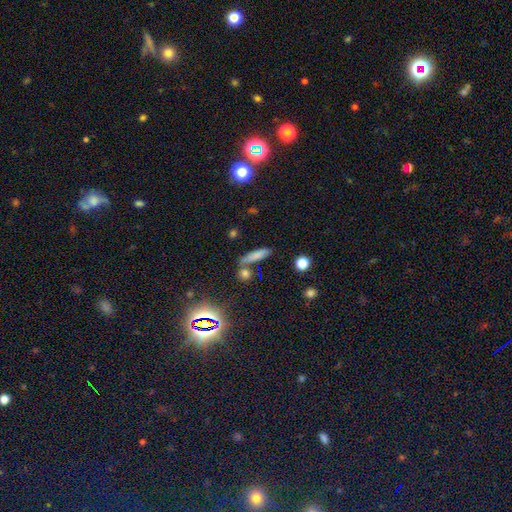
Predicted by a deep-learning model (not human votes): A smooth galaxy with no disk features (75%) that is cigar-shaped (73%). Merging: none (70%).